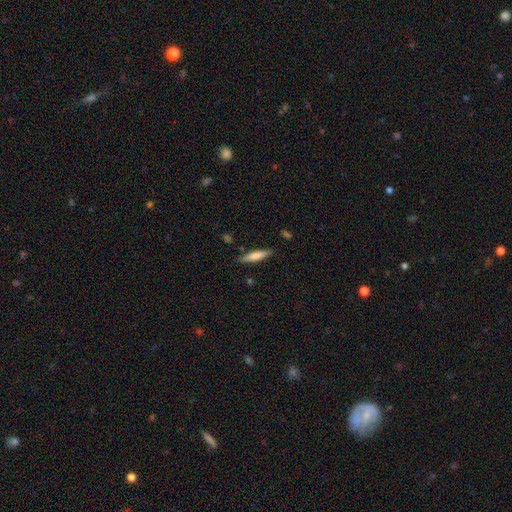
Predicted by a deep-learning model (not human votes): Overall: smooth (69%). How rounded: cigar-shaped (82%). Merging: none (84%).